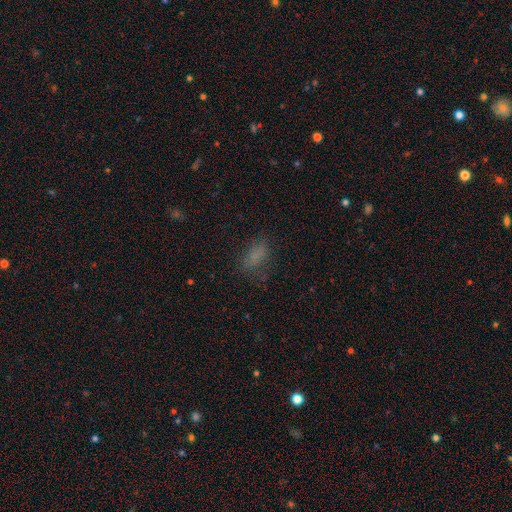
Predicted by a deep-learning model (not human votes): This appears to be a smooth galaxy with no disk features (74%) that is in between round and cigar-shaped (82%). Merging: none (66%).